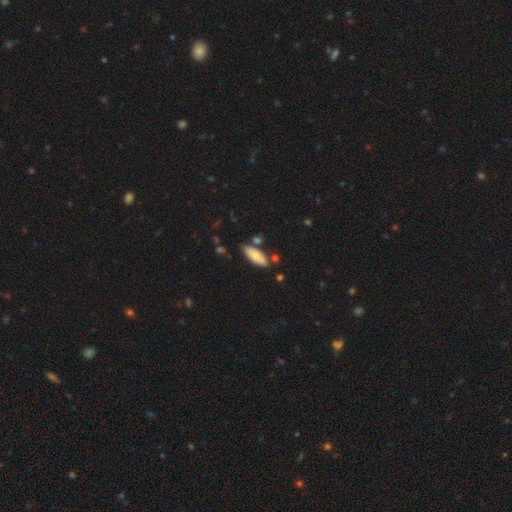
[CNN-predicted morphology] smooth_or_featured: smooth (p=0.74) [alt: featured or disk p=0.19]
how_rounded: in between (p=0.75) [alt: cigar-shaped p=0.23]
merging: none (p=0.71) [alt: minor disturbance p=0.17]